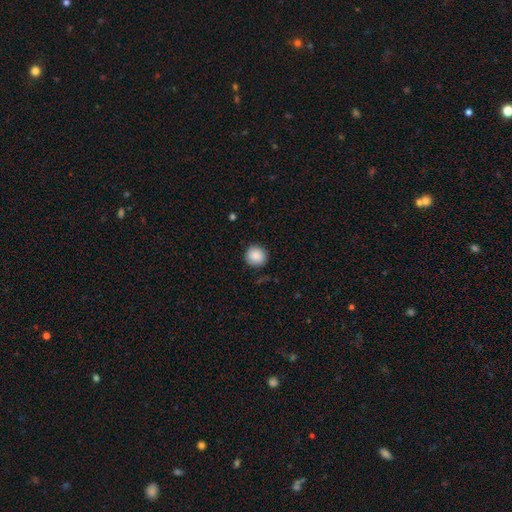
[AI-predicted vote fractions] A smooth galaxy with no disk features (87%) that is round (91%). Merging: none (86%).